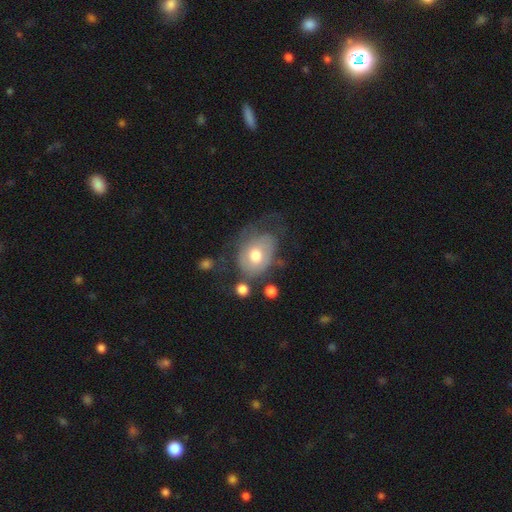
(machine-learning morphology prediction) Overall: smooth (49%; featured or disk 44%). Merging: none (35%; major disturbance 34%).